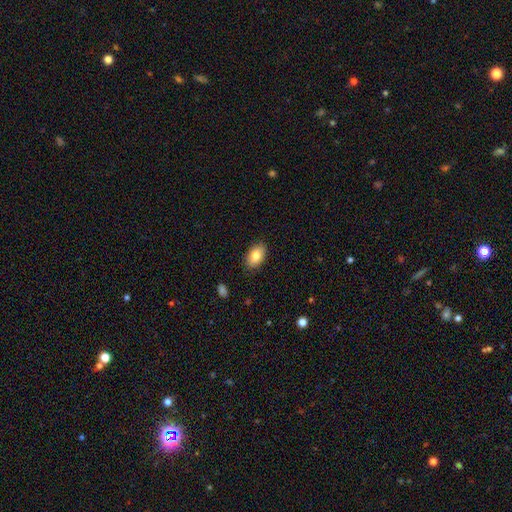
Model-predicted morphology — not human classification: Smooth or featured?
  - smooth: 84% *
  - featured or disk: 9%
  - star or artifact: 7%
How rounded?
  - in between: 91% *
  - round: 8%
  - cigar-shaped: 1%
Merging?
  - none: 88% *
  - minor disturbance: 9%
  - major disturbance: 2%
  - merger: 1%